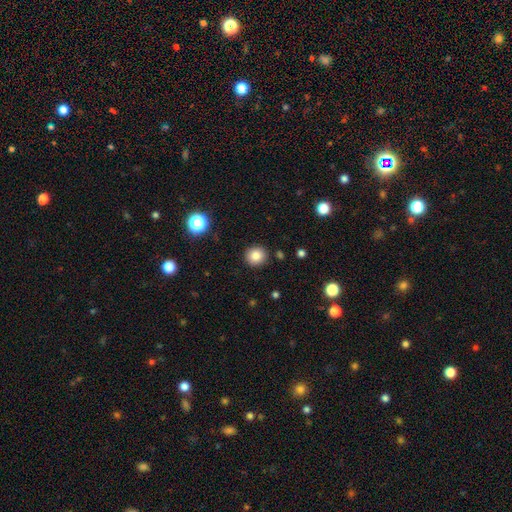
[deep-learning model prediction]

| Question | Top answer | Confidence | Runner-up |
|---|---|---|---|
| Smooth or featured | smooth | 84% | star or artifact (11%) |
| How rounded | round | 90% | in between (9%) |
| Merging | none | 90% | minor disturbance (7%) |